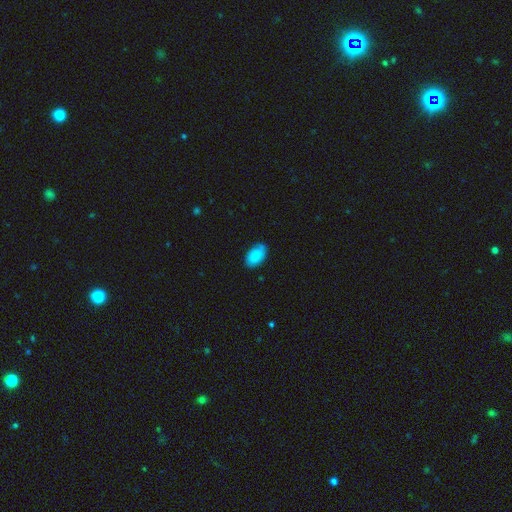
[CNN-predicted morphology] smooth_or_featured: smooth (p=0.86) [alt: featured or disk p=0.07]
how_rounded: in between (p=0.93) [alt: round p=0.06]
merging: none (p=0.77) [alt: minor disturbance p=0.18]